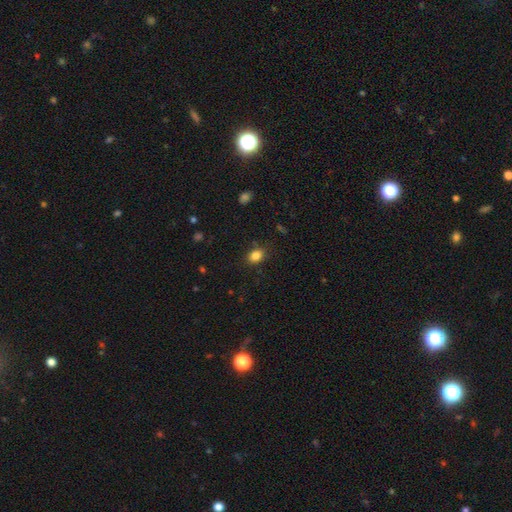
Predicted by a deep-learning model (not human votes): smooth 85%, star or artifact 10%, featured or disk 5%. Down the decision tree: how rounded — in between (65%); merging — none (83%).